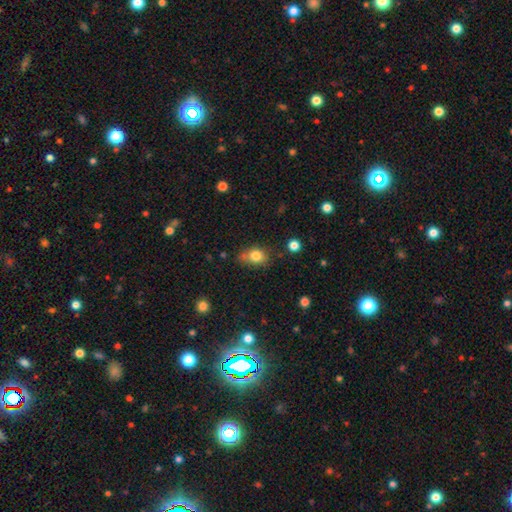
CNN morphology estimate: Smooth or featured? smooth (81%)
How rounded? in between (57%)
Merging? none (57%)